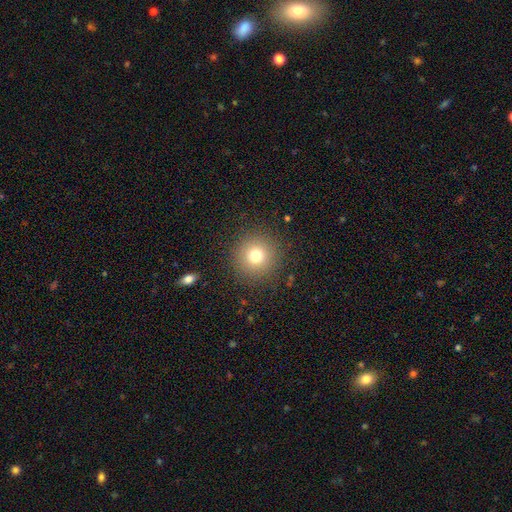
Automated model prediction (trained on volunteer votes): Smooth or featured? smooth (75%)
How rounded? round (95%)
Merging? none (89%)